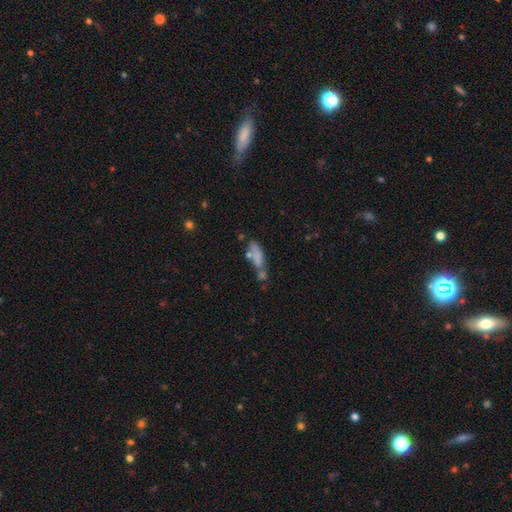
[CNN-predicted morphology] This appears to be a smooth galaxy with no disk features (73%) that is in between round and cigar-shaped (54%). Merging: none (39%).